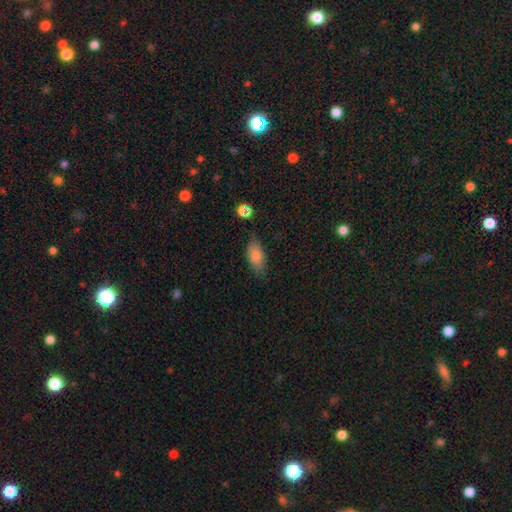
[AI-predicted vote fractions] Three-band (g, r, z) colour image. It shows a smooth galaxy with no disk features (80%) that is in between round and cigar-shaped (88%). Merging: none (73%).